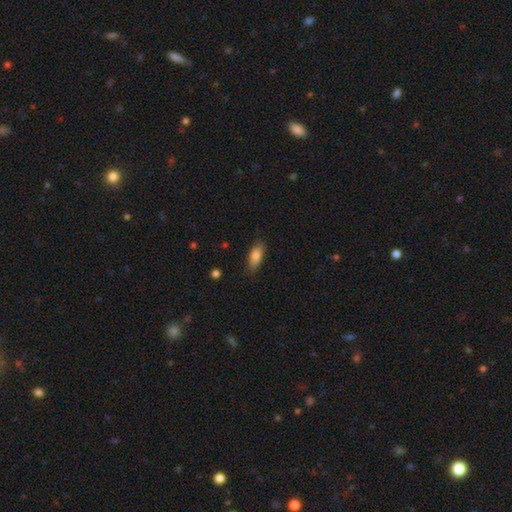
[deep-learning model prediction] This is clearly a smooth galaxy (83%). How rounded: likely in between (75%). Merging: likely none (80%).